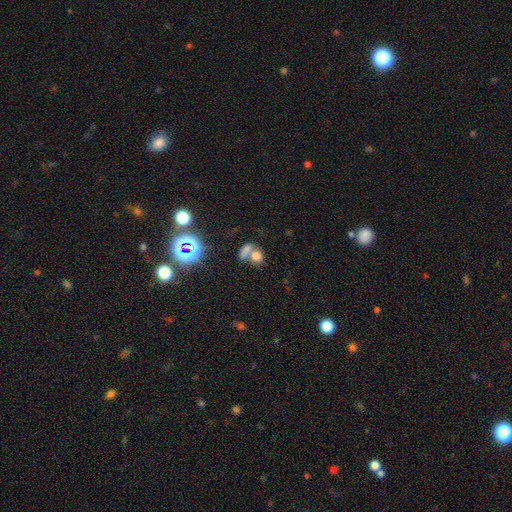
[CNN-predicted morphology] A smooth galaxy with no disk features (67%) that is in between round and cigar-shaped (51%). Merging: merger (60%).